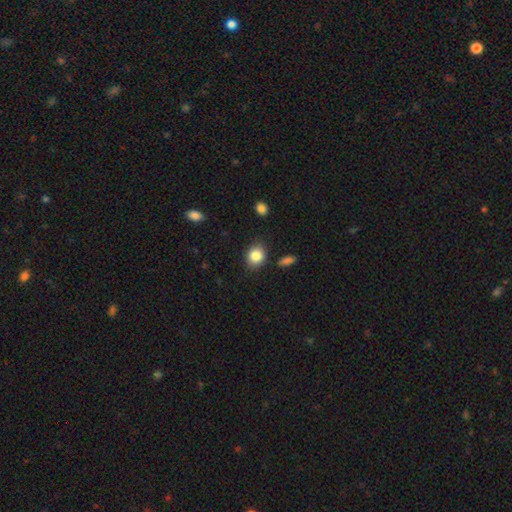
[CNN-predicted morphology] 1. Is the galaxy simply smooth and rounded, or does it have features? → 84% smooth, 9% star or artifact, 6% featured or disk.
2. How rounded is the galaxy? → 61% round, 37% in between, 1% cigar-shaped.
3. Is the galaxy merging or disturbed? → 82% none, 12% minor disturbance, 3% merger, 3% major disturbance.